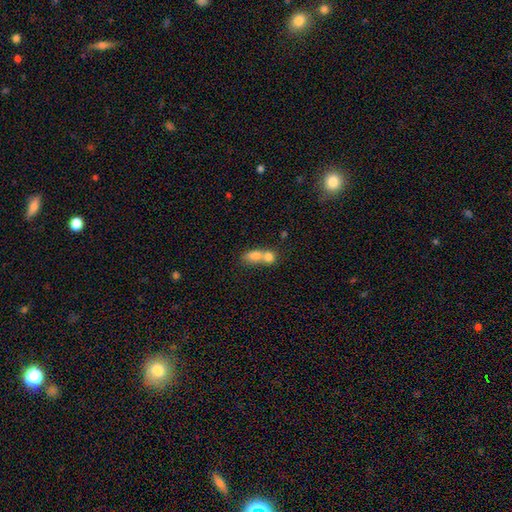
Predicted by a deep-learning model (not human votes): Smooth or featured: smooth — 74% (featured or disk — 17%)
How rounded: in between — 63% (round — 32%)
Merging: merger — 73% (none — 18%)